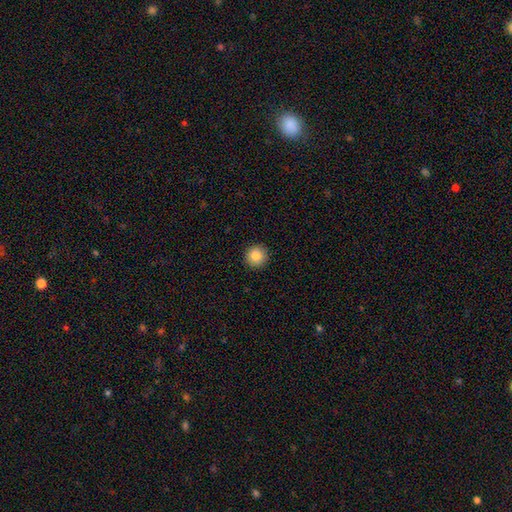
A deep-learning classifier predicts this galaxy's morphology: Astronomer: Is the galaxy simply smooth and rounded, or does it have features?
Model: smooth — 85%.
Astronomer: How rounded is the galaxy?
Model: round — 96%.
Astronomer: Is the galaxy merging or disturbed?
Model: none — 93%.